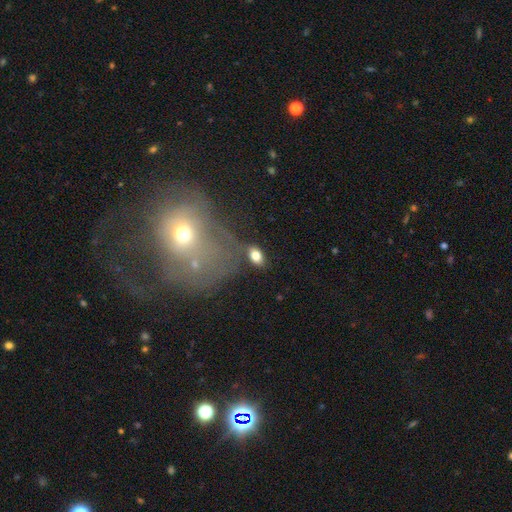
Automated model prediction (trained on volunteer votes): smooth 79%, featured or disk 12%, star or artifact 9%. Down the decision tree: how rounded — in between (87%); merging — none (73%).